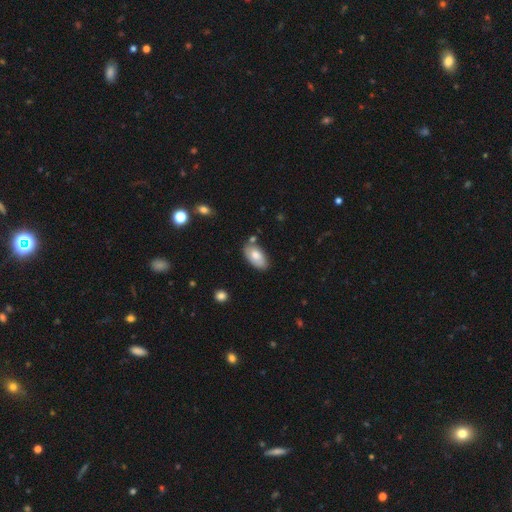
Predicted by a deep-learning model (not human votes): smooth_or_featured: smooth (p=0.75) [alt: featured or disk p=0.18]
how_rounded: in between (p=0.95) [alt: round p=0.03]
merging: none (p=0.69) [alt: minor disturbance p=0.20]